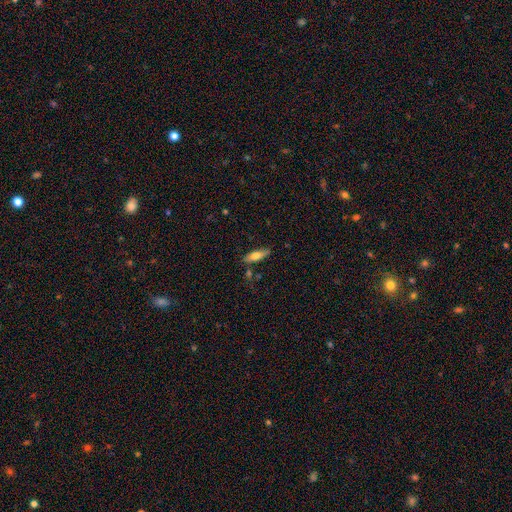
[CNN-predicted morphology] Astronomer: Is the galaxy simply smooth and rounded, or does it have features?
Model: smooth — 65%.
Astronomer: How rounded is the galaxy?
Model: cigar-shaped — 49%, tied with in between at 49%.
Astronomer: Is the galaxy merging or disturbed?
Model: none — 78%.